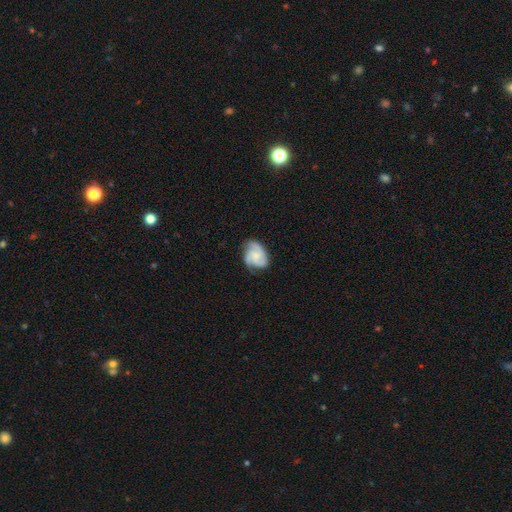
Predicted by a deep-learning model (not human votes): Smooth or featured: featured or disk — 76% (smooth — 18%)
Edge-on disk: no — 98% (yes — 2%)
Bar: no — 71% (weak — 25%)
Spiral arms: yes — 97% (no — 3%)
Spiral winding: tight — 47% (medium — 43%)
Spiral arm count: 3 — 66% (2 — 12%)
Bulge size: small — 50% (moderate — 24%)
Merging: none — 69% (minor disturbance — 22%)